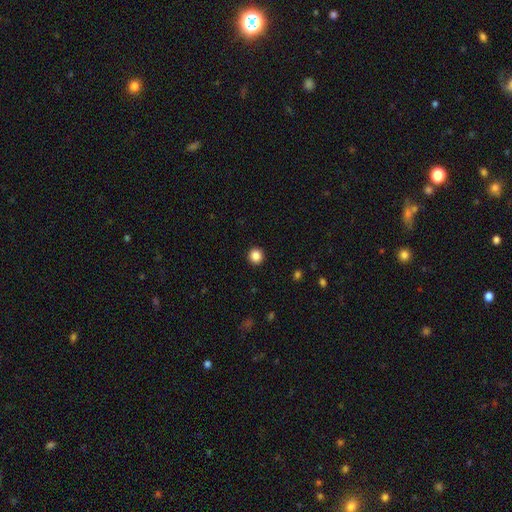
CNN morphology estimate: A smooth galaxy with no disk features (86%) that is round (94%). Merging: none (94%).